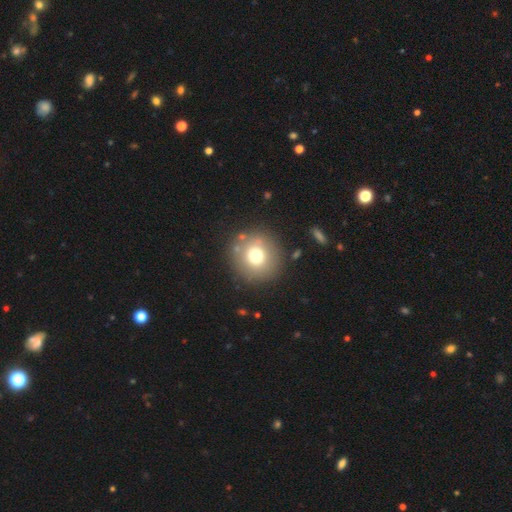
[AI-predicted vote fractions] Q: Smooth or featured?
A: smooth (71%); runner-up: featured or disk (16%)
Q: How rounded?
A: round (94%); runner-up: in between (5%)
Q: Merging?
A: none (85%); runner-up: minor disturbance (8%)